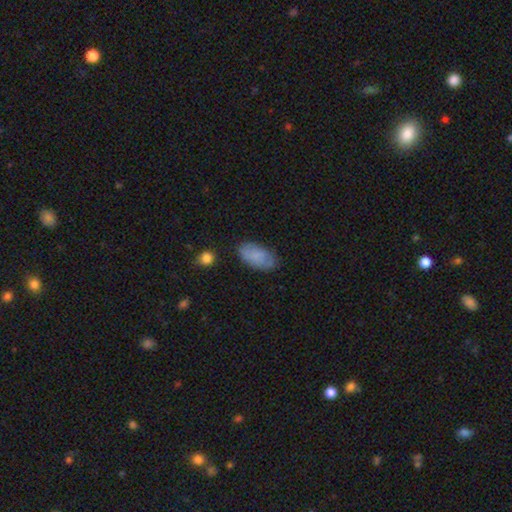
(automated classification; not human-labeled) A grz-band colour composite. It shows a smooth galaxy with no disk features (81%) that is in between round and cigar-shaped (94%). Merging: none (78%).